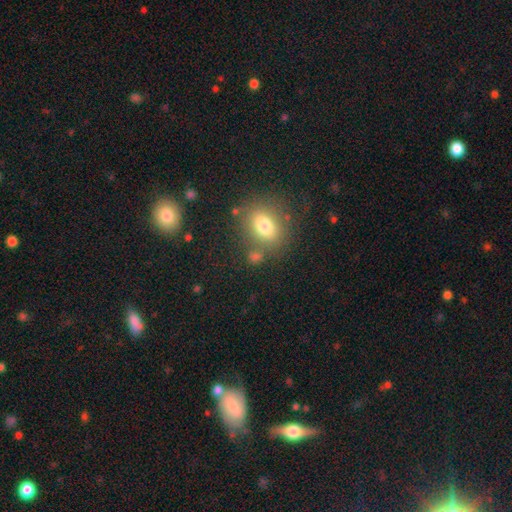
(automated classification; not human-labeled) Morphology: type=smooth (61%); roundness=round (67%); merging=none (78%).